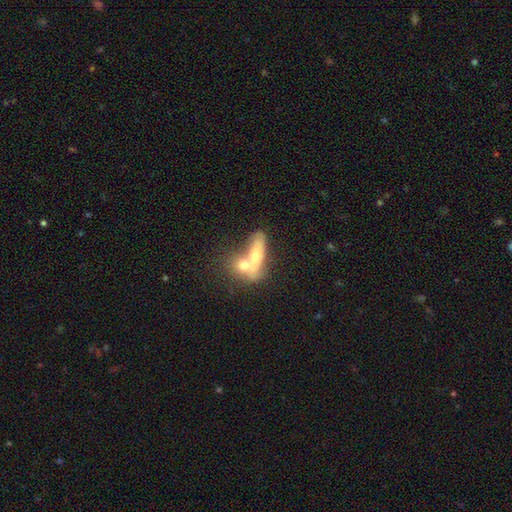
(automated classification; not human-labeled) The model was most divided on "smooth or featured": smooth: 60%, featured or disk: 32%, star or artifact: 8%. More confident: merging — merger (69%); how rounded — in between (62%).